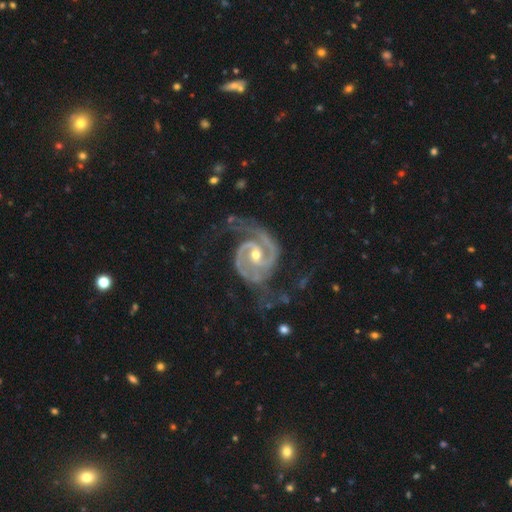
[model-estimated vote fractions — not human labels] Smooth or featured: featured or disk — 94% (star or artifact — 4%)
Edge-on disk: no — 98% (yes — 2%)
Bar: weak — 41% (no — 39%)
Spiral arms: yes — 99% (no — 1%)
Spiral winding: medium — 48% (tight — 42%)
Spiral arm count: 2 — 87% (3 — 5%)
Bulge size: moderate — 57% (small — 40%)
Merging: none — 58% (minor disturbance — 22%)